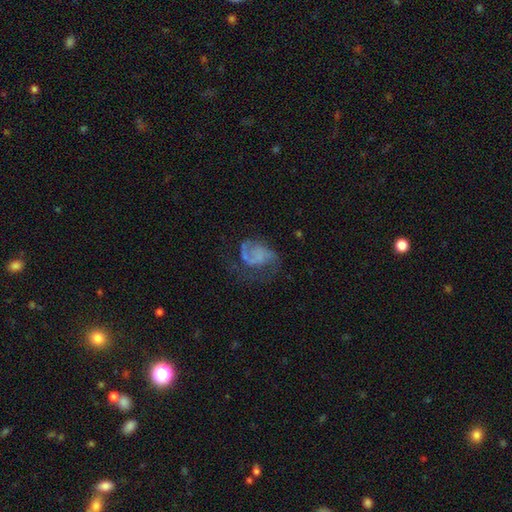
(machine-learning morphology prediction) Q: Smooth or featured?
A: featured or disk (66%); runner-up: smooth (22%)
Q: Edge-on disk?
A: no (98%); runner-up: yes (2%)
Q: Bar?
A: no (77%); runner-up: weak (19%)
Q: Spiral arms?
A: yes (74%); runner-up: no (26%)
Q: Bulge size?
A: none (75%); runner-up: small (13%)
Q: Merging?
A: major disturbance (40%); runner-up: none (36%)